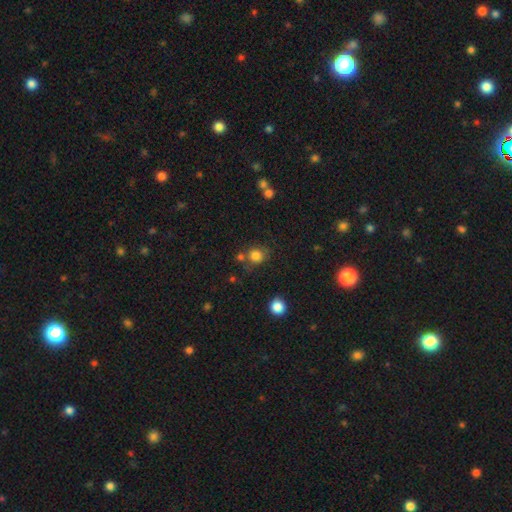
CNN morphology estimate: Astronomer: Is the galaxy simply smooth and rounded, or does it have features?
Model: smooth — 81%.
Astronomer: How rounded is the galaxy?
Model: round — 82%.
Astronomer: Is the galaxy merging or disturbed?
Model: none — 67%.